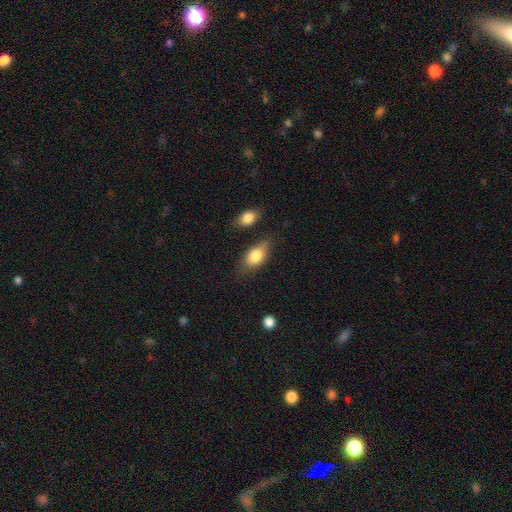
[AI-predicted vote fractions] Smooth or featured? Predicted: smooth (p=0.78). How rounded? Predicted: in between (p=0.86). Merging? Predicted: none (p=0.60).